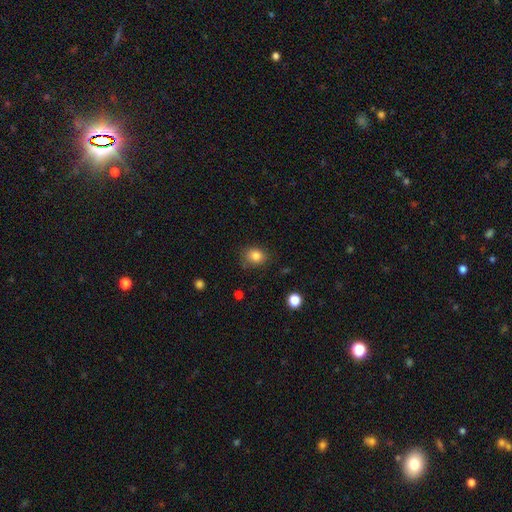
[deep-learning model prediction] Smooth or featured?
  - smooth: 83% *
  - star or artifact: 11%
  - featured or disk: 6%
How rounded?
  - round: 56% *
  - in between: 43%
  - cigar-shaped: 1%
Merging?
  - none: 76% *
  - minor disturbance: 17%
  - major disturbance: 4%
  - merger: 2%